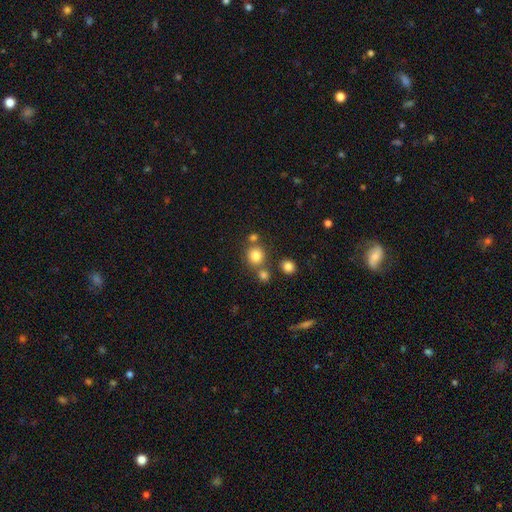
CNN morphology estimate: This is clearly a smooth galaxy (80%). How rounded: clearly round (89%). Merging: likely none (70%).